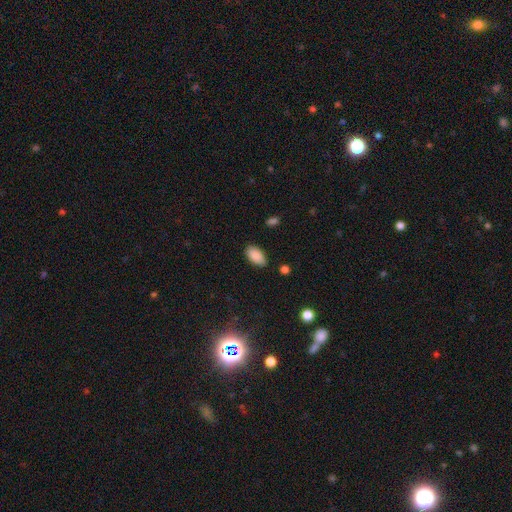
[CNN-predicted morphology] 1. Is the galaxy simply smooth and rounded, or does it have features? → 89% smooth, 7% star or artifact, 4% featured or disk.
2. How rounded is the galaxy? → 94% in between, 3% round, 3% cigar-shaped.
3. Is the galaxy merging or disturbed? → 82% none, 13% minor disturbance, 3% major disturbance, 2% merger.